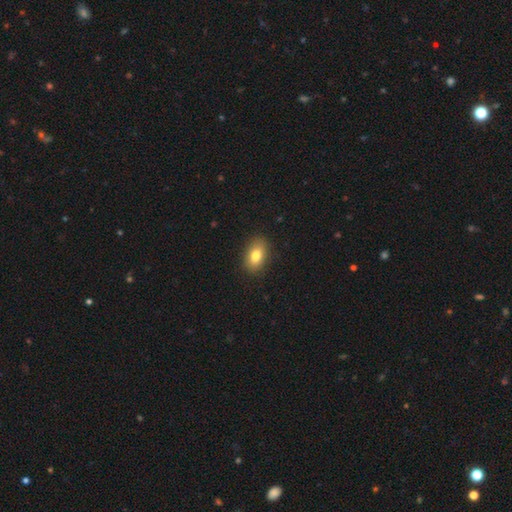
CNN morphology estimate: Smooth or featured: smooth — 80% (featured or disk — 11%)
How rounded: in between — 86% (round — 11%)
Merging: none — 87% (minor disturbance — 9%)